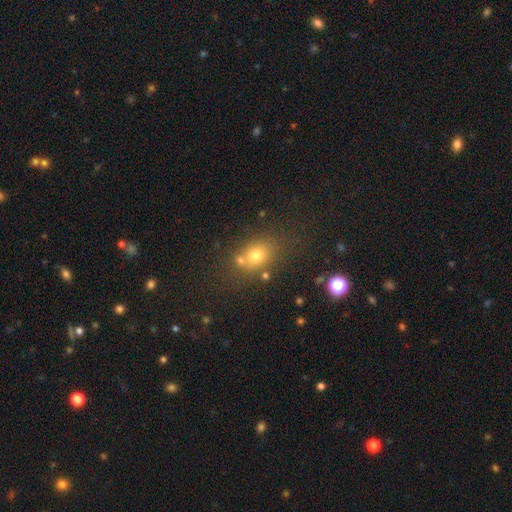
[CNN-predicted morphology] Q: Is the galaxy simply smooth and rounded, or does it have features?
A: smooth — 72%.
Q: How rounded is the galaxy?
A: in between — 55%.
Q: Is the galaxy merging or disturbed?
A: none — 59%.